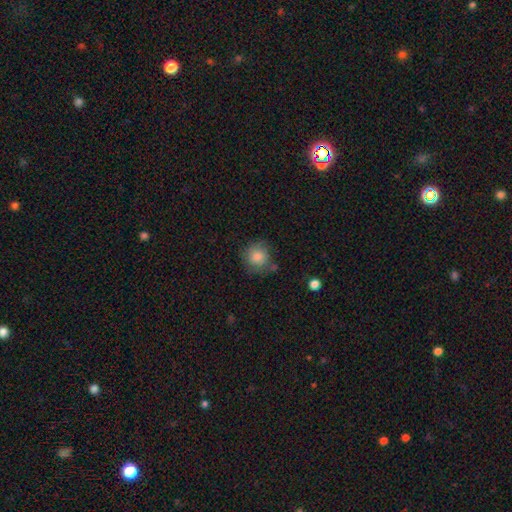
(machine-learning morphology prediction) The model was most divided on "merging": none: 74%, minor disturbance: 17%, merger: 4%, major disturbance: 4%. More confident: how rounded — round (91%); smooth or featured — smooth (78%).